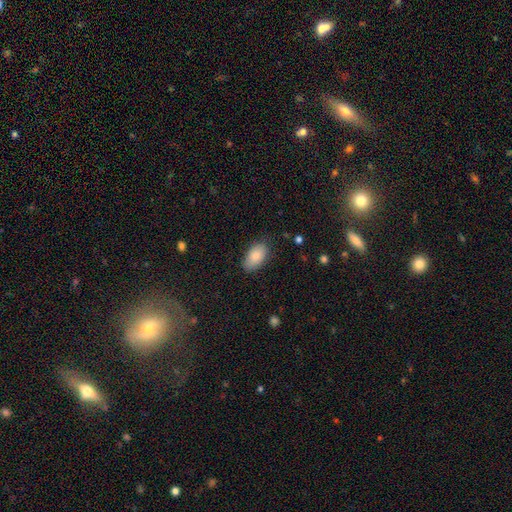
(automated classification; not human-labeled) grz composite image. It shows a smooth galaxy with no disk features (85%) that is in between round and cigar-shaped (94%). Merging: none (80%).